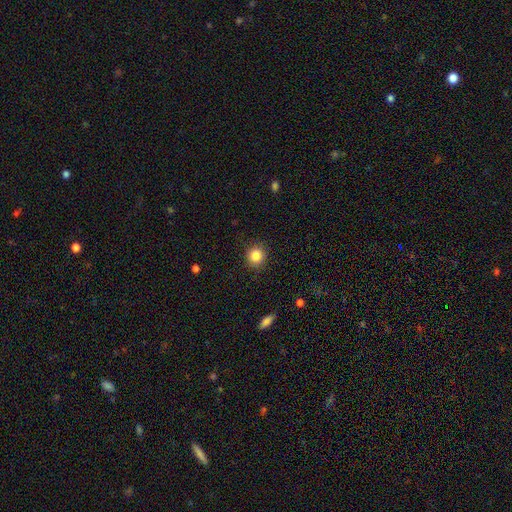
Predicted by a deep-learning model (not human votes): Overall: smooth (85%). How rounded: round (89%). Merging: none (89%).